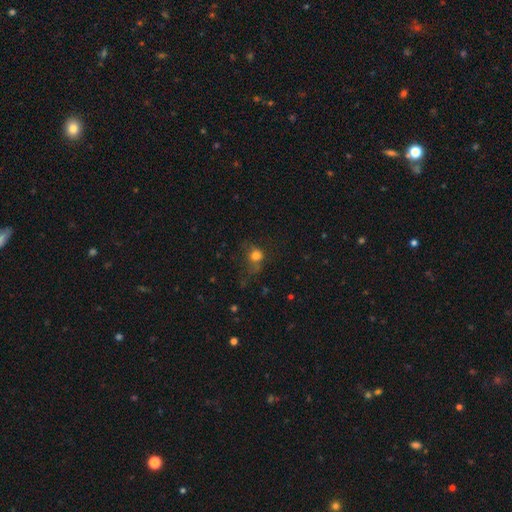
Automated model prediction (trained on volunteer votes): A smooth galaxy with no disk features (73%) that is round (69%).

Vote fractions:
- Smooth or featured? smooth: 73% / star or artifact: 15% / featured or disk: 12%
- How rounded? round: 69% / in between: 29% / cigar-shaped: 1%
- Merging? none: 45% / major disturbance: 26% / minor disturbance: 25% / merger: 4%